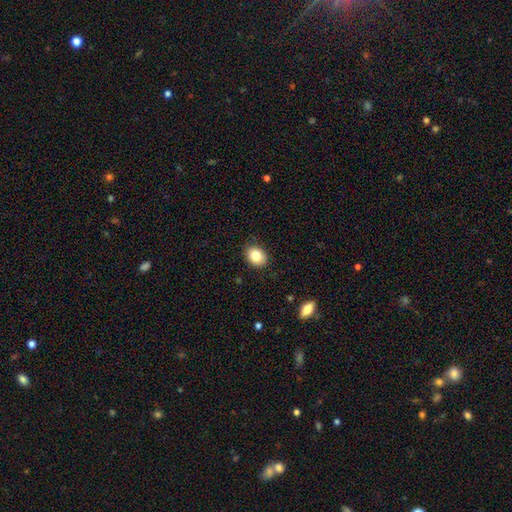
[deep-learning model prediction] smooth-or-featured: smooth: 83% | star or artifact: 9% | featured or disk: 8%
  how-rounded: in between: 54% | round: 45% | cigar-shaped: 1%
  merging: none: 86% | minor disturbance: 11% | major disturbance: 2% | merger: 1%